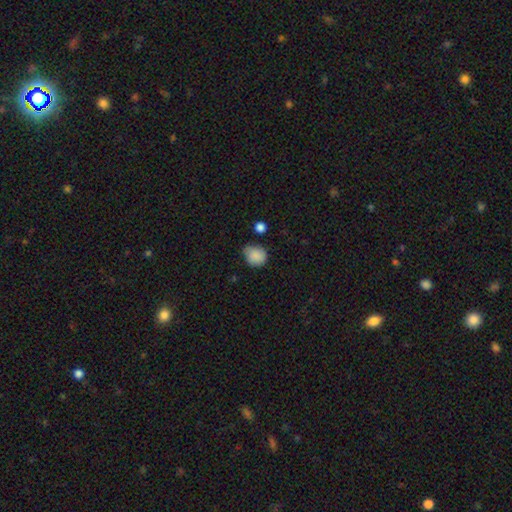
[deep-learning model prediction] smooth_or_featured: smooth (p=0.86) [alt: star or artifact p=0.09]
how_rounded: round (p=0.73) [alt: in between p=0.26]
merging: none (p=0.58) [alt: minor disturbance p=0.32]